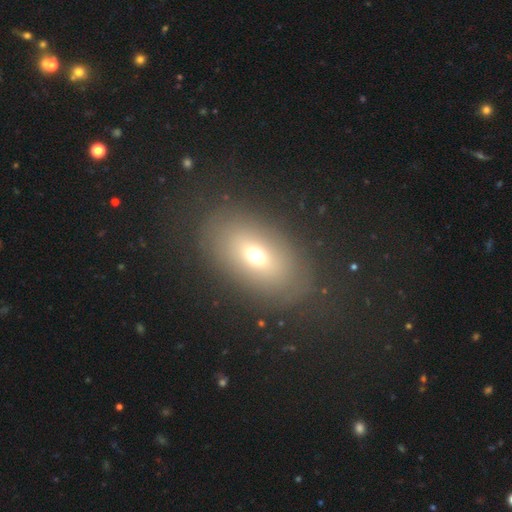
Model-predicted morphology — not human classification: The model was most divided on "smooth or featured": smooth: 62%, featured or disk: 23%, star or artifact: 15%. More confident: how rounded — in between (81%); merging — none (78%).